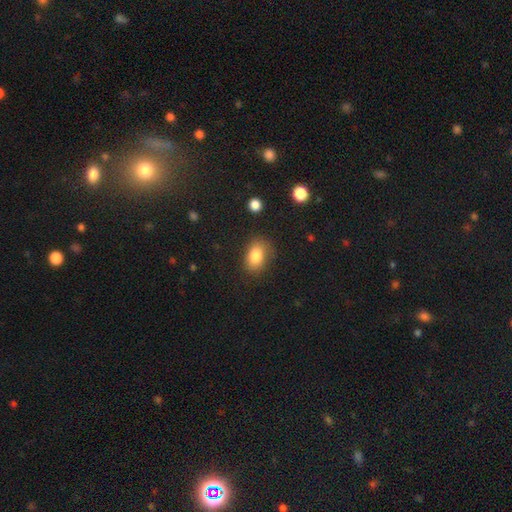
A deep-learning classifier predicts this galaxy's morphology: smooth-or-featured: smooth: 83% | star or artifact: 9% | featured or disk: 8%
  how-rounded: in between: 80% | round: 19% | cigar-shaped: 1%
  merging: none: 74% | minor disturbance: 18% | major disturbance: 6% | merger: 2%